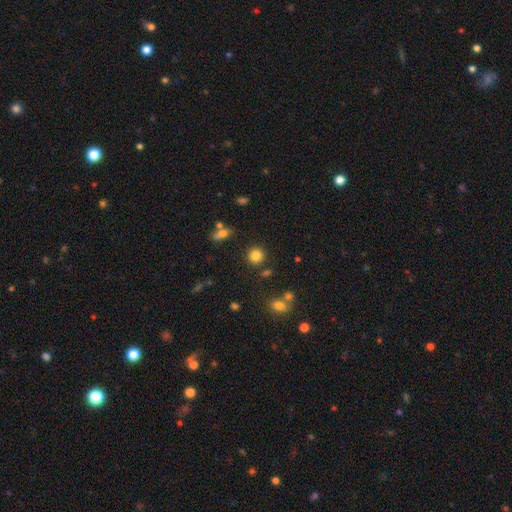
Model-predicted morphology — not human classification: Overall: smooth (82%). How rounded: round (90%). Merging: none (85%).